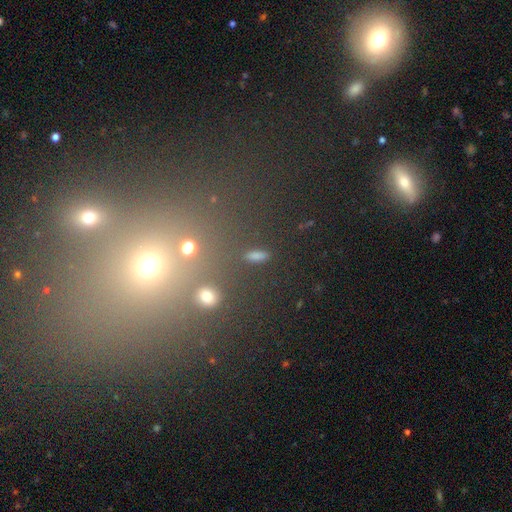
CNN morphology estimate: smooth-or-featured: smooth: 61% | star or artifact: 28% | featured or disk: 12%
  how-rounded: in between: 62% | round: 20% | cigar-shaped: 18%
  merging: none: 83% | minor disturbance: 8% | merger: 5% | major disturbance: 4%